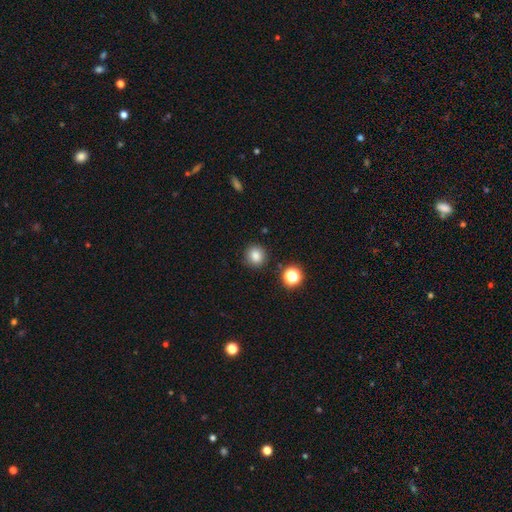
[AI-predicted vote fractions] A smooth galaxy with no disk features (83%) that is round (87%).

Vote fractions:
- Smooth or featured? smooth: 83% / star or artifact: 12% / featured or disk: 5%
- How rounded? round: 87% / in between: 12% / cigar-shaped: 1%
- Merging? none: 88% / minor disturbance: 8% / major disturbance: 3% / merger: 2%